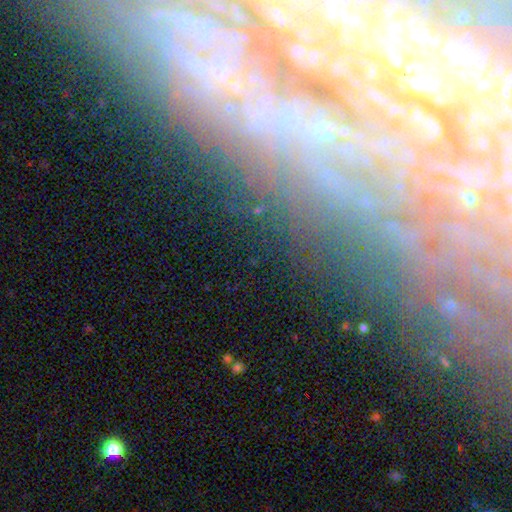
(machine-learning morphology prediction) Smooth or featured: featured or disk — 58% (star or artifact — 26%)
Edge-on disk: no — 81% (yes — 19%)
Merging: none — 75% (minor disturbance — 14%)